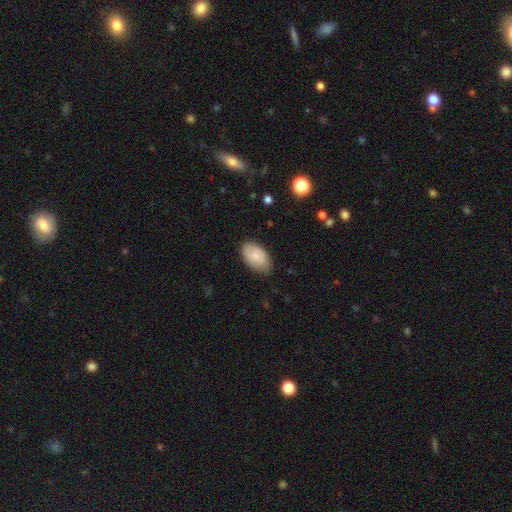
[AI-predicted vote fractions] smooth-or-featured: smooth: 76% | featured or disk: 18% | star or artifact: 6%
  how-rounded: in between: 93% | round: 6% | cigar-shaped: 1%
  merging: none: 78% | minor disturbance: 18% | major disturbance: 3% | merger: 1%